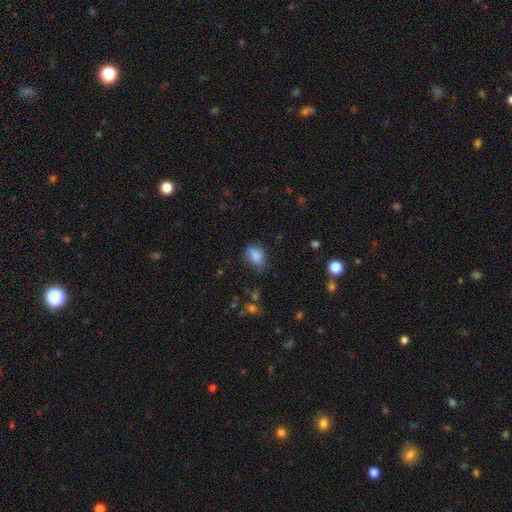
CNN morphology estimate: smooth 81%, star or artifact 10%, featured or disk 9%. Down the decision tree: how rounded — in between (77%); merging — none (53%).